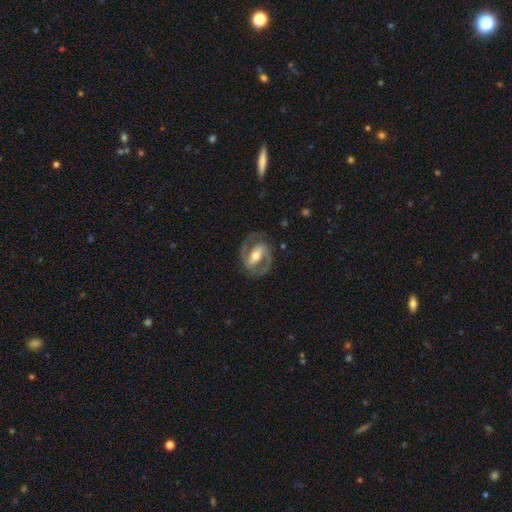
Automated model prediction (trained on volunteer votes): This is clearly a featured or disk galaxy (86%). It is clearly not viewed edge-on (96%). Bar: possibly strong (56%). Spiral arm pattern: clearly yes (92%). Spiral arm count: clearly 2 (91%). Spiral winding: possibly medium (56%). Central bulge: likely moderate (67%). Merging: likely none (80%).